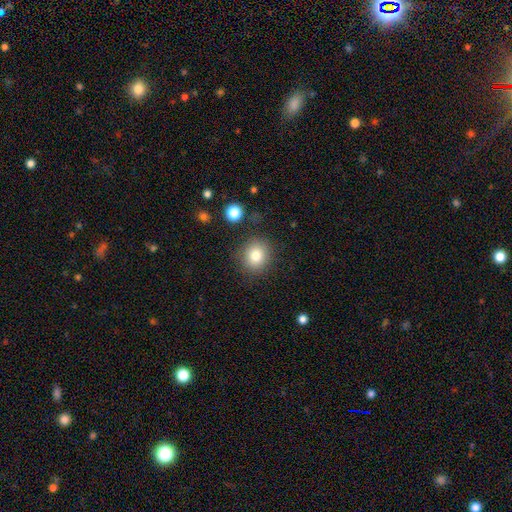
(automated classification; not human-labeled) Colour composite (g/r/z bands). It shows a smooth galaxy with no disk features (80%) that is round (85%). Merging: none (85%).